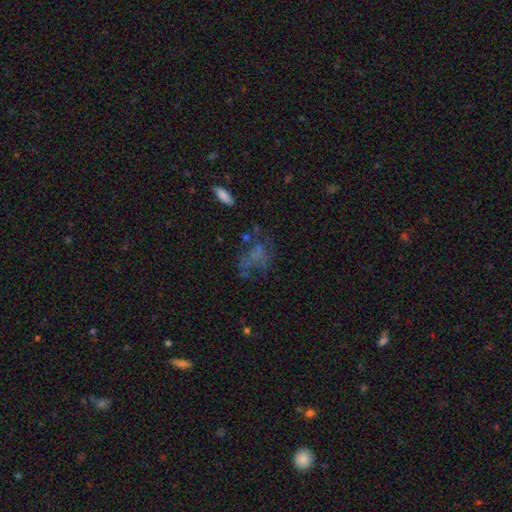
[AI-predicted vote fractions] Q: Smooth or featured?
A: featured or disk (44%); runner-up: smooth (35%)
Q: Merging?
A: none (44%); runner-up: major disturbance (30%)